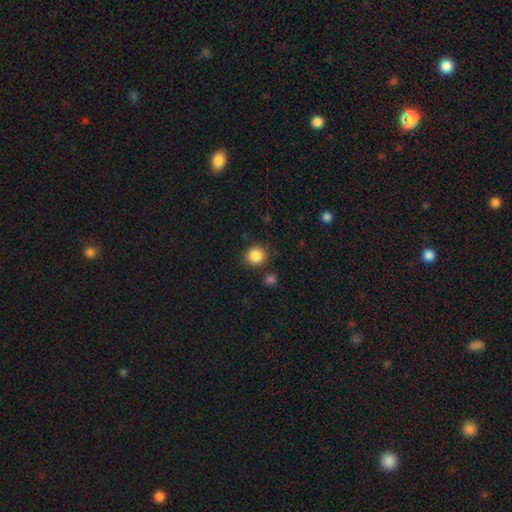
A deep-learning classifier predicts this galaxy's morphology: The model was most divided on "how rounded": round: 87%, in between: 12%, cigar-shaped: 1%. More confident: smooth or featured — smooth (87%); merging — none (84%).